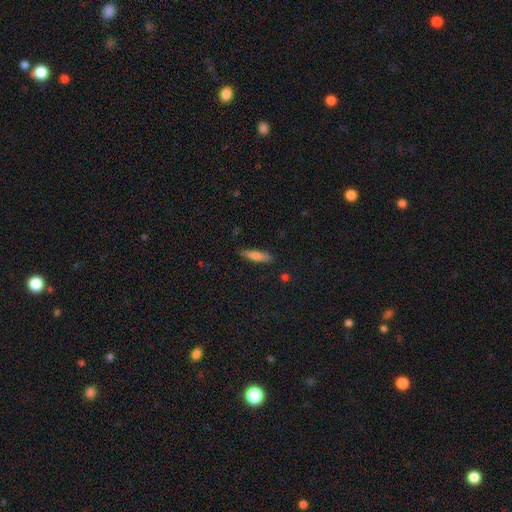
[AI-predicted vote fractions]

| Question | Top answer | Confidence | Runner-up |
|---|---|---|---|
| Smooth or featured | smooth | 70% | featured or disk (23%) |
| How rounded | cigar-shaped | 75% | in between (23%) |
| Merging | none | 85% | minor disturbance (12%) |